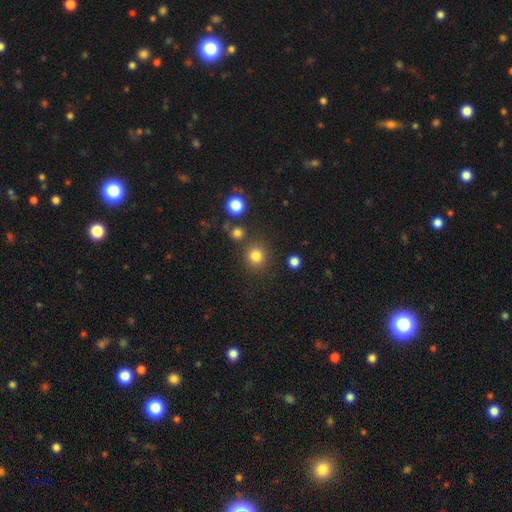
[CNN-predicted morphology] A smooth galaxy with no disk features (82%) that is round (91%).

Vote fractions:
- Smooth or featured? smooth: 82% / star or artifact: 13% / featured or disk: 5%
- How rounded? round: 91% / in between: 8% / cigar-shaped: 1%
- Merging? none: 84% / minor disturbance: 7% / merger: 6% / major disturbance: 3%